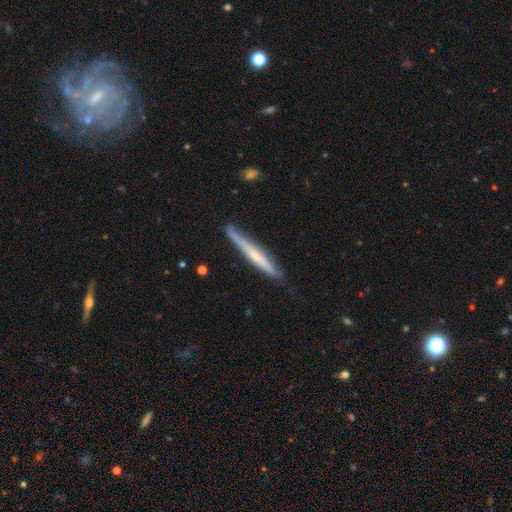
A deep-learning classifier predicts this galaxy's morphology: smooth-or-featured: featured or disk: 57% | smooth: 38% | star or artifact: 6%
  disk-edge-on: yes: 94% | no: 6%
    edge-on-bulge: rounded: 52% | none: 42% | boxy: 6%
  merging: none: 74% | minor disturbance: 21% | major disturbance: 3% | merger: 2%